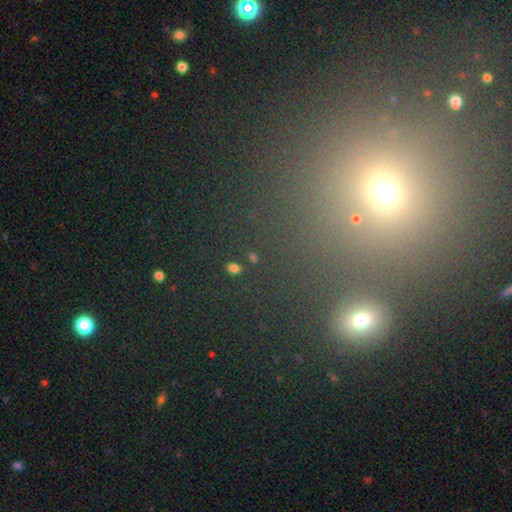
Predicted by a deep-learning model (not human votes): A star or artifact, not a galaxy (50%).